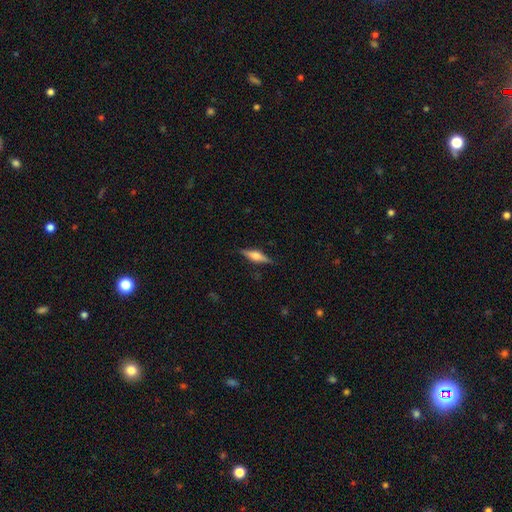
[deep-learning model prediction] A featured or disk galaxy (62%) viewed edge-on (96%) with a rounded central bulge (86%). Merging: none (86%).